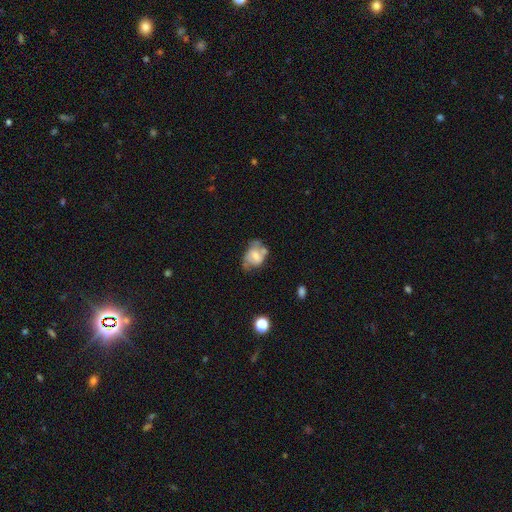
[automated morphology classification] This is possibly a featured or disk galaxy (54%). It is clearly not viewed edge-on (96%). Bar: marginally weak (43%, tied with no). Spiral arm pattern: likely yes (67%). Central bulge: marginally moderate (43%). Merging: marginally none (42%).